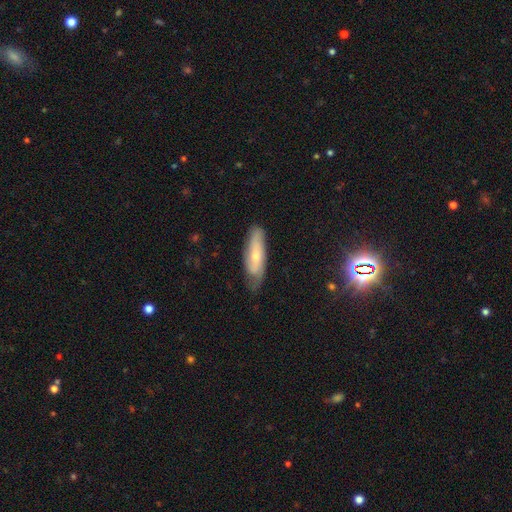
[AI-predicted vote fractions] The model was most divided on "smooth or featured": featured or disk: 48%, smooth: 46%, star or artifact: 6%. More confident: merging — none (65%).